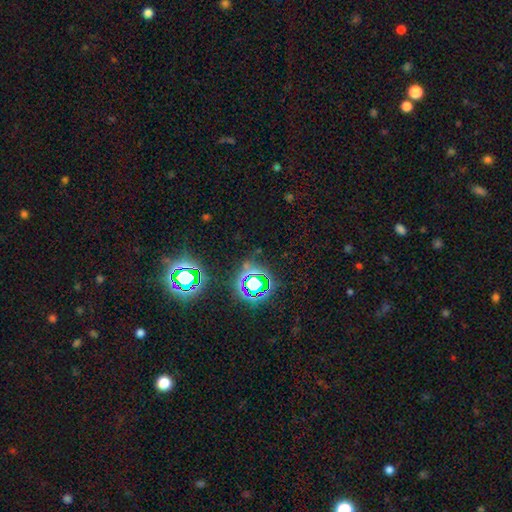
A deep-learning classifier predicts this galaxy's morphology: Smooth or featured?
  - star or artifact: 79% *
  - smooth: 13%
  - featured or disk: 7%